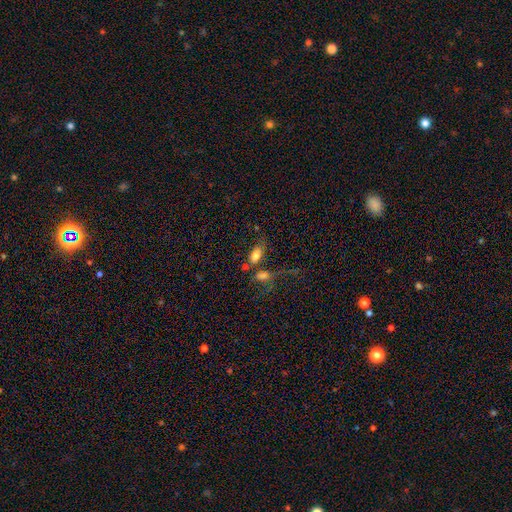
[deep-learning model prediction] A smooth galaxy with no disk features (79%) that is in between round and cigar-shaped (89%). Merging: none (44%).